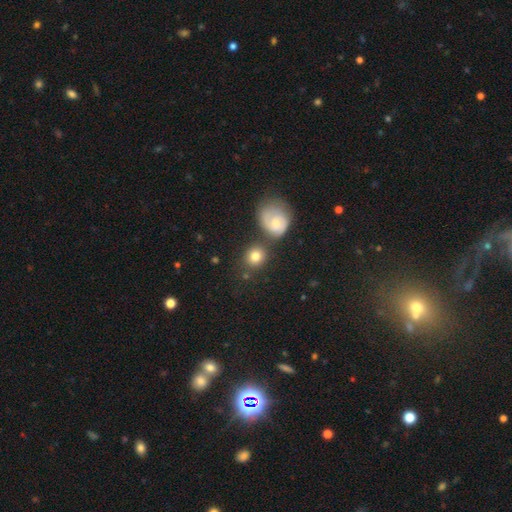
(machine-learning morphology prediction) Overall: smooth (79%). How rounded: round (78%). Merging: none (64%).